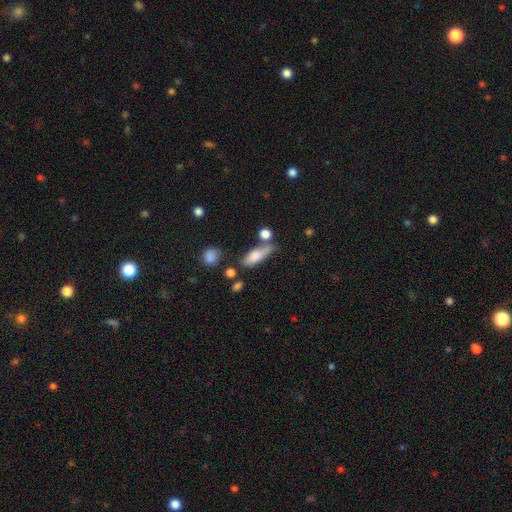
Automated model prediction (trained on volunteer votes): smooth-or-featured: smooth: 74% | featured or disk: 18% | star or artifact: 8%
  how-rounded: in between: 52% | cigar-shaped: 43% | round: 4%
  merging: none: 47% | minor disturbance: 24% | merger: 18% | major disturbance: 11%